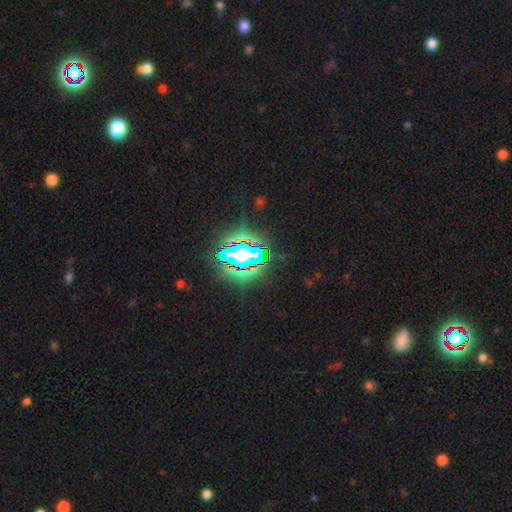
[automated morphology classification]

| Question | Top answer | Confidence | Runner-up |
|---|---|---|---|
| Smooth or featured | star or artifact | 75% | smooth (13%) |